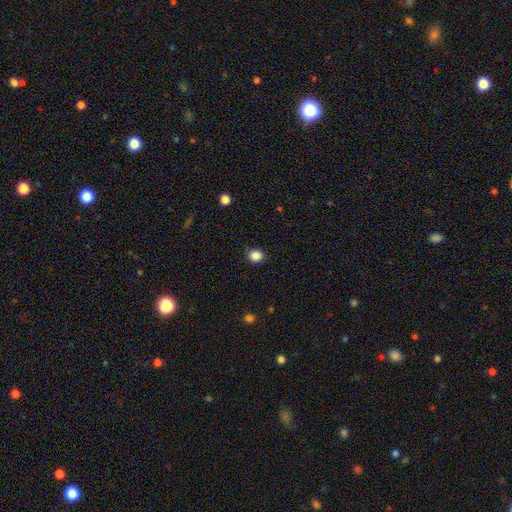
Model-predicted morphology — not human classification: Smooth or featured? Predicted: smooth (p=0.86). How rounded? Predicted: round (p=0.70). Merging? Predicted: none (p=0.87).